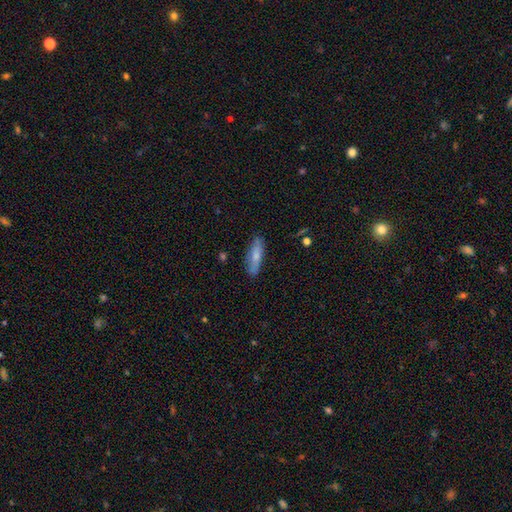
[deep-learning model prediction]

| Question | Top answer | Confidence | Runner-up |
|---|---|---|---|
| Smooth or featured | smooth | 70% | featured or disk (24%) |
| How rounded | cigar-shaped | 55% | in between (43%) |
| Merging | none | 82% | minor disturbance (14%) |